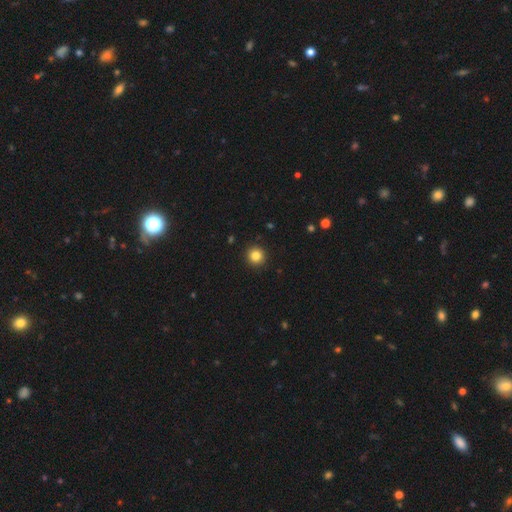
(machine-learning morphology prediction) Smooth or featured: smooth — 84% (star or artifact — 11%)
How rounded: round — 95% (in between — 4%)
Merging: none — 93% (minor disturbance — 5%)